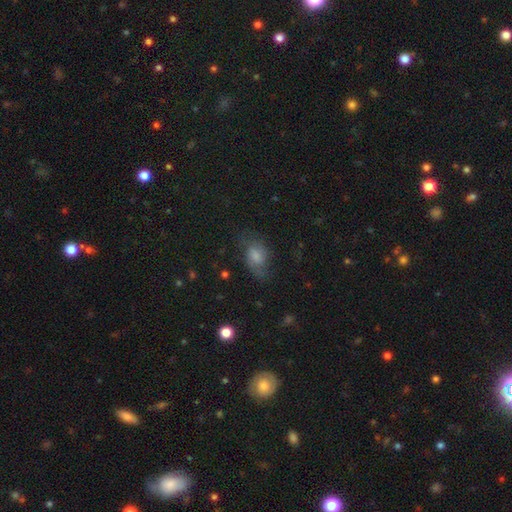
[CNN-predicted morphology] A smooth galaxy with no disk features (48%).

Vote fractions:
- Smooth or featured? smooth: 48% / featured or disk: 36% / star or artifact: 16%
- Merging? none: 59% / minor disturbance: 24% / major disturbance: 15% / merger: 2%